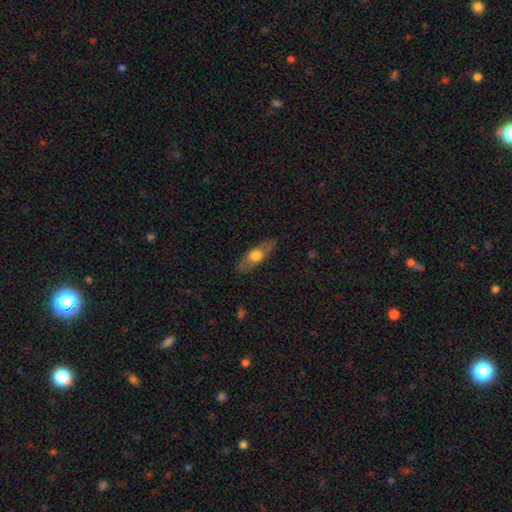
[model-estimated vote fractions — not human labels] Q: Smooth or featured?
A: smooth (48%); runner-up: featured or disk (46%)
Q: Merging?
A: none (83%); runner-up: minor disturbance (12%)